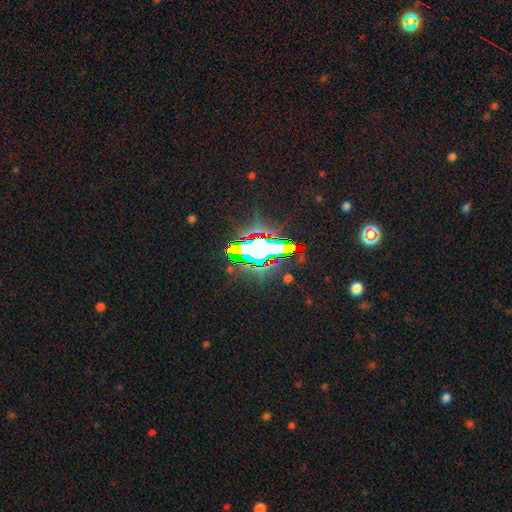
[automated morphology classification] A star or artifact, not a galaxy (67%).